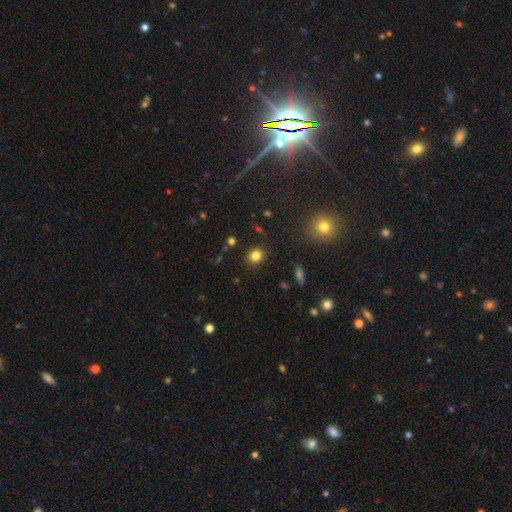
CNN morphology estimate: This appears to be a smooth galaxy with no disk features (81%) that is round (77%). Merging: none (88%).